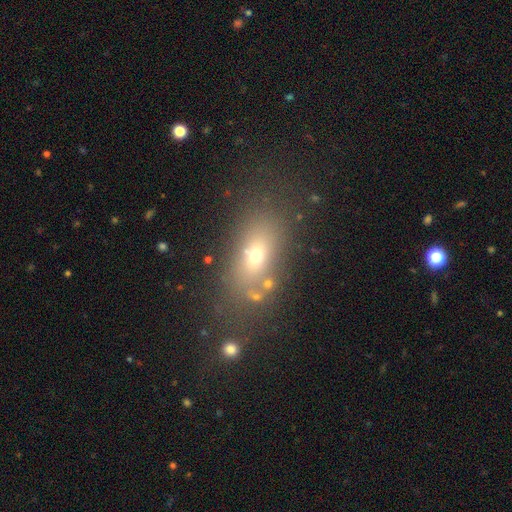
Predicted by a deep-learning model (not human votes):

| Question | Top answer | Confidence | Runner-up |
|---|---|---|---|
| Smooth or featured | smooth | 61% | featured or disk (21%) |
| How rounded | in between | 74% | round (18%) |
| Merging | none | 68% | minor disturbance (14%) |